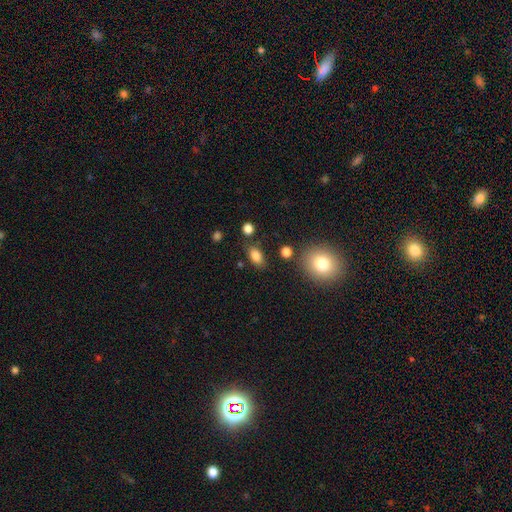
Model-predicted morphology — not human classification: The model was most divided on "merging": none: 79%, minor disturbance: 13%, merger: 5%, major disturbance: 4%. More confident: how rounded — in between (86%); smooth or featured — smooth (83%).